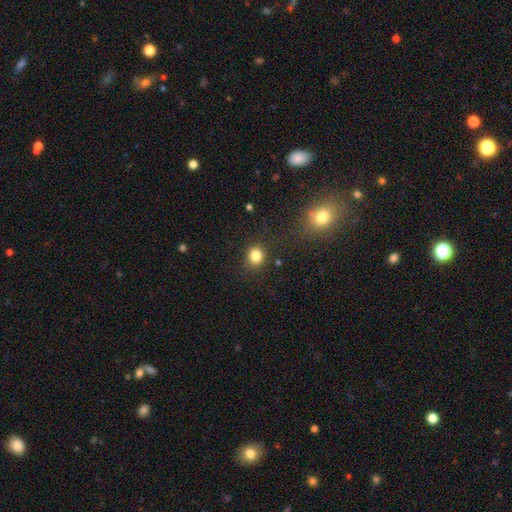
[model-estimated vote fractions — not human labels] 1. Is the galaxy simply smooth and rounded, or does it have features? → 83% smooth, 12% star or artifact, 5% featured or disk.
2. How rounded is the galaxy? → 74% round, 25% in between, 1% cigar-shaped.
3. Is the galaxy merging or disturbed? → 82% none, 11% minor disturbance, 4% major disturbance, 3% merger.